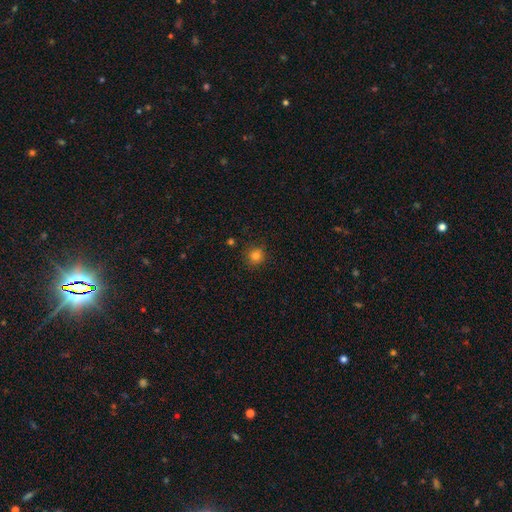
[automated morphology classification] The model was most divided on "smooth or featured": smooth: 81%, star or artifact: 14%, featured or disk: 5%. More confident: how rounded — round (93%); merging — none (89%).